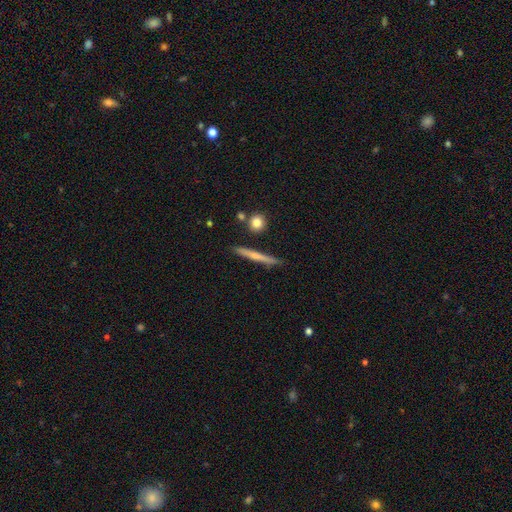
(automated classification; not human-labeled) Smooth or featured?
  - smooth: 52% *
  - featured or disk: 42%
  - star or artifact: 6%
How rounded?
  - cigar-shaped: 93% *
  - round: 4%
  - in between: 3%
Merging?
  - none: 86% *
  - minor disturbance: 9%
  - merger: 3%
  - major disturbance: 2%